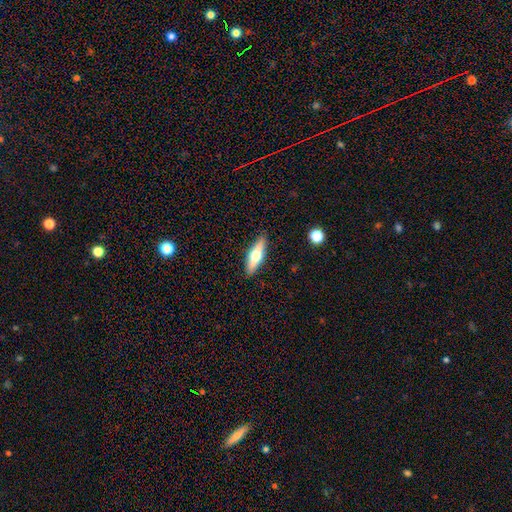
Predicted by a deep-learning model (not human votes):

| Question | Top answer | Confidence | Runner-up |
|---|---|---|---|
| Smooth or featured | smooth | 50% | featured or disk (44%) |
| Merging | none | 89% | minor disturbance (8%) |